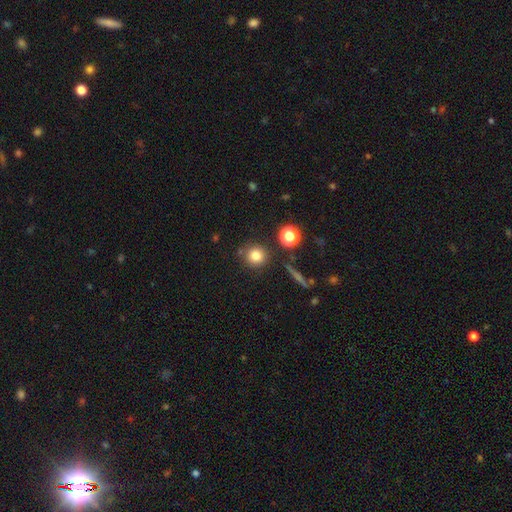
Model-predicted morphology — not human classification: smooth 80%, star or artifact 13%, featured or disk 7%. Down the decision tree: how rounded — round (92%); merging — none (83%).